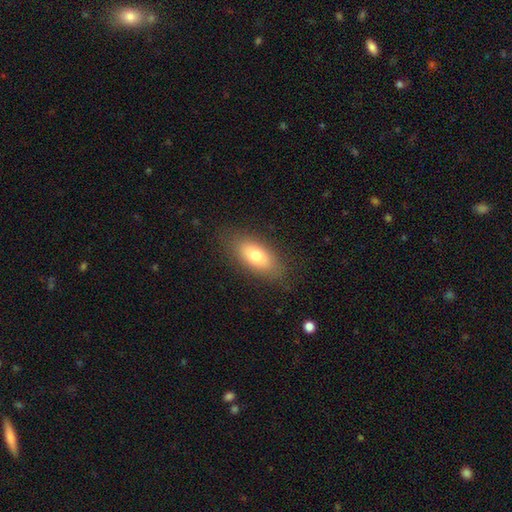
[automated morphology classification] This appears to be a smooth galaxy with no disk features (75%) that is in between round and cigar-shaped (84%). Merging: none (83%).